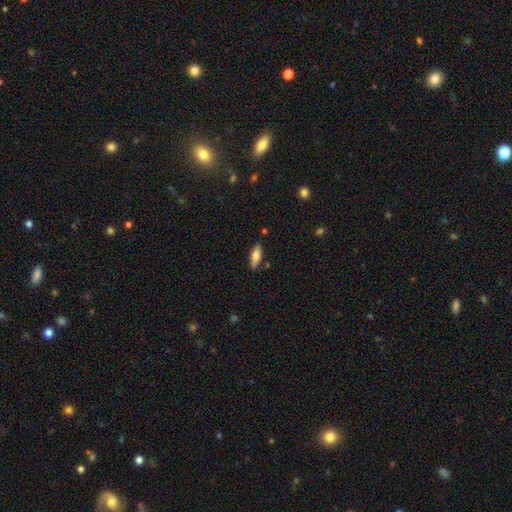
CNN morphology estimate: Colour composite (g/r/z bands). It shows a smooth galaxy with no disk features (74%) that is in between round and cigar-shaped (60%). Merging: none (83%).